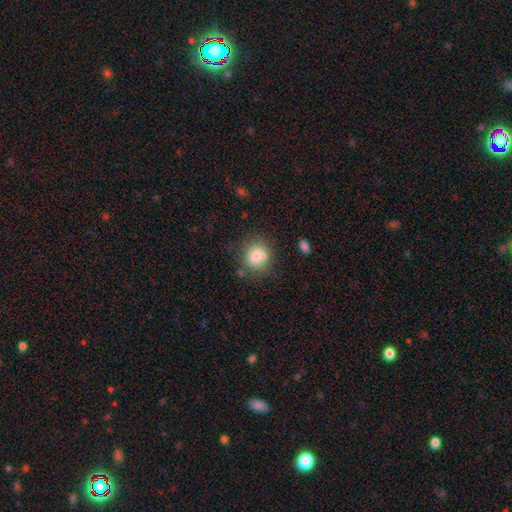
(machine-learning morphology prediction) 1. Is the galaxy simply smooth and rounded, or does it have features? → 75% smooth, 15% featured or disk, 10% star or artifact.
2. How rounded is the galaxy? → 79% round, 20% in between, 1% cigar-shaped.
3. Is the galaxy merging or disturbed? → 59% none, 22% merger, 14% minor disturbance, 5% major disturbance.